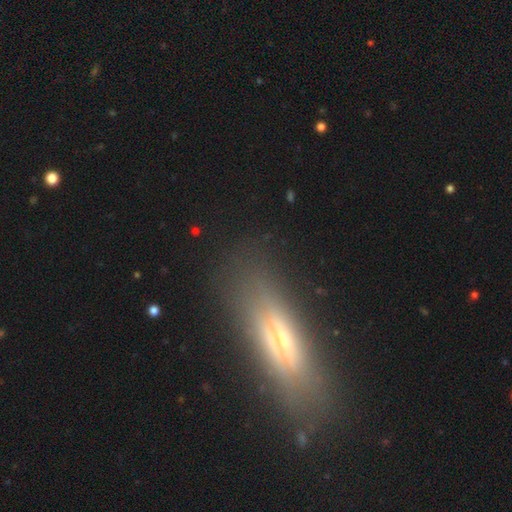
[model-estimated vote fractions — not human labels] A featured or disk galaxy (47%).

Vote fractions:
- Smooth or featured? featured or disk: 47% / smooth: 39% / star or artifact: 15%
- Merging? none: 79% / minor disturbance: 13% / major disturbance: 6% / merger: 2%